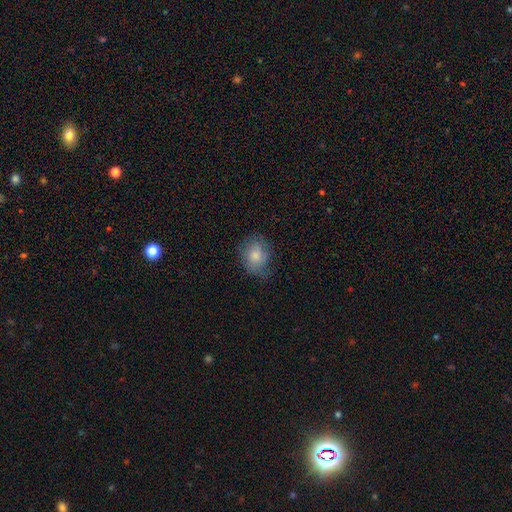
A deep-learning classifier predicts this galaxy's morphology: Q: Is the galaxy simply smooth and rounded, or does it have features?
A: smooth — 79%.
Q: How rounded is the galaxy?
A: in between — 52%.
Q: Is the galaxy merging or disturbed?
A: none — 66%.